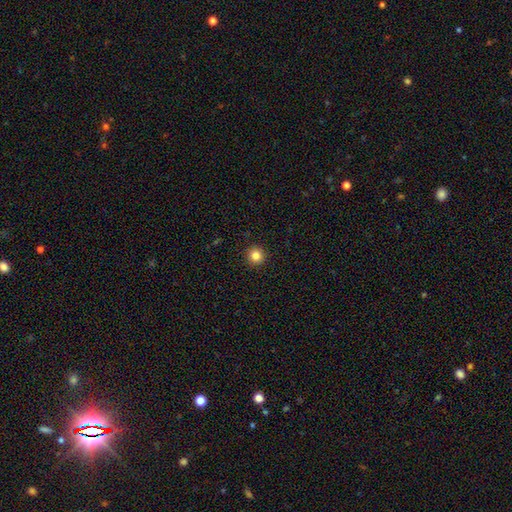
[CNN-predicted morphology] Overall: smooth (84%). How rounded: round (96%). Merging: none (93%).